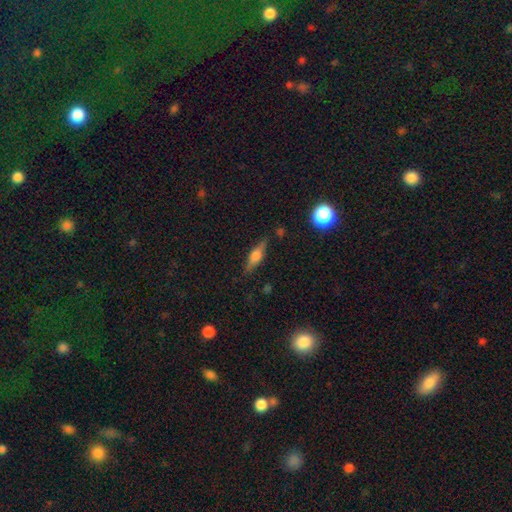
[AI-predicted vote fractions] A featured or disk galaxy (54%) viewed edge-on (94%) with a rounded central bulge (87%).

Vote fractions:
- Smooth or featured? featured or disk: 54% / smooth: 38% / star or artifact: 8%
- Edge-on disk? yes: 94% / no: 6%
- Edge-on bulge? rounded: 87% / boxy: 10% / none: 3%
- Merging? none: 83% / minor disturbance: 12% / major disturbance: 3% / merger: 2%